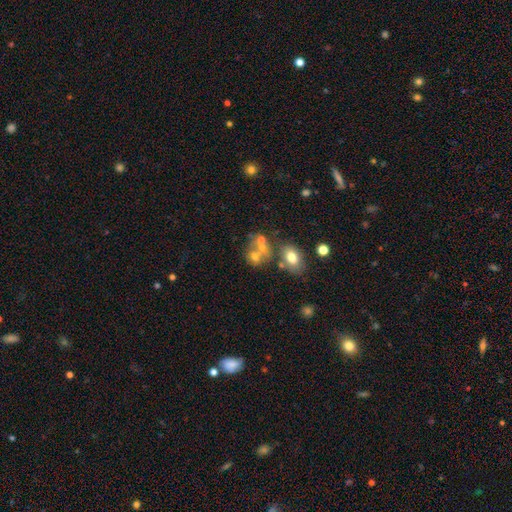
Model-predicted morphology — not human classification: A smooth galaxy with no disk features (50%).

Vote fractions:
- Smooth or featured? smooth: 50% / featured or disk: 30% / star or artifact: 21%
- Merging? merger: 44% / none: 34% / minor disturbance: 12% / major disturbance: 10%